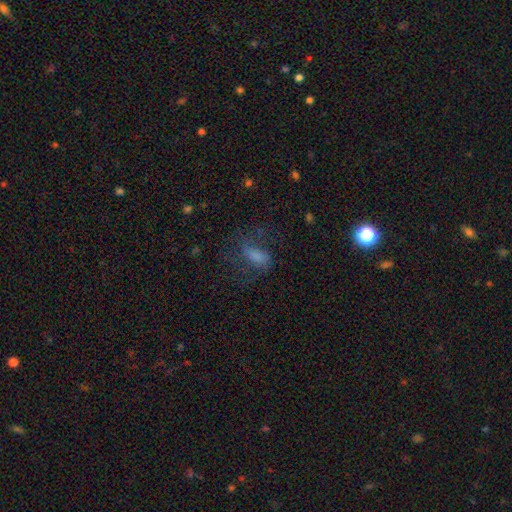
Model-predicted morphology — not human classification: Smooth or featured?
  - smooth: 46% *
  - featured or disk: 34%
  - star or artifact: 20%
Merging?
  - none: 57% *
  - major disturbance: 22%
  - minor disturbance: 19%
  - merger: 2%